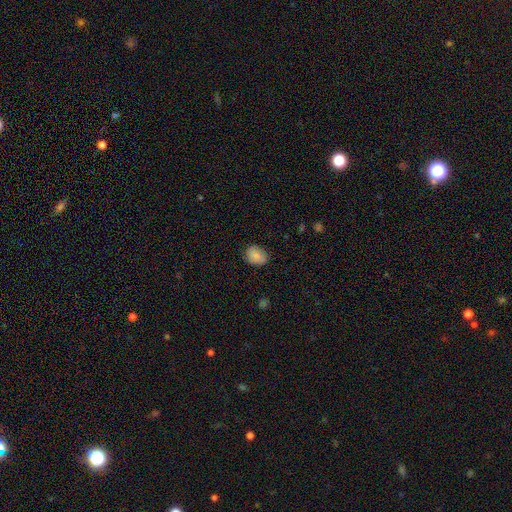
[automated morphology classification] This is clearly a smooth galaxy (85%). How rounded: likely in between (62%). Merging: clearly none (82%).